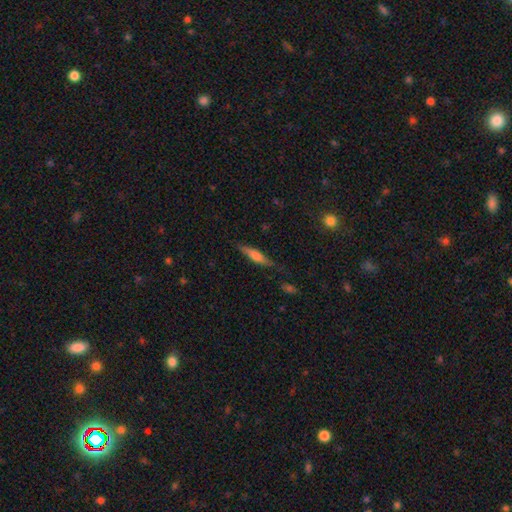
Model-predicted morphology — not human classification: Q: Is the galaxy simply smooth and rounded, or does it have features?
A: smooth — 58%.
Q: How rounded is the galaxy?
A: cigar-shaped — 80%.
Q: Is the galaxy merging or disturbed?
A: none — 77%.